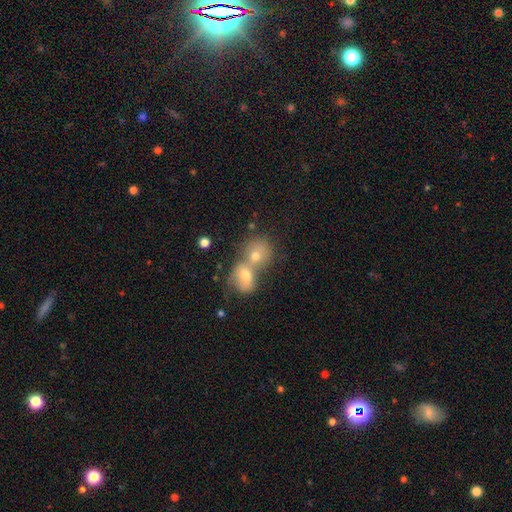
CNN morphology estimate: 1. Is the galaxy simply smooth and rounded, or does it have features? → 69% smooth, 20% featured or disk, 11% star or artifact.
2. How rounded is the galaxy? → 67% round, 32% in between, 1% cigar-shaped.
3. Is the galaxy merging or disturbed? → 72% merger, 19% none, 5% minor disturbance, 3% major disturbance.